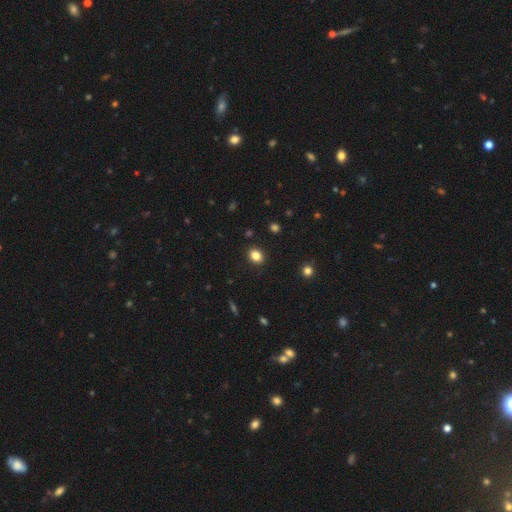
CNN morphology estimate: Smooth or featured: smooth — 84% (star or artifact — 11%)
How rounded: in between — 51% (round — 48%)
Merging: none — 89% (minor disturbance — 7%)